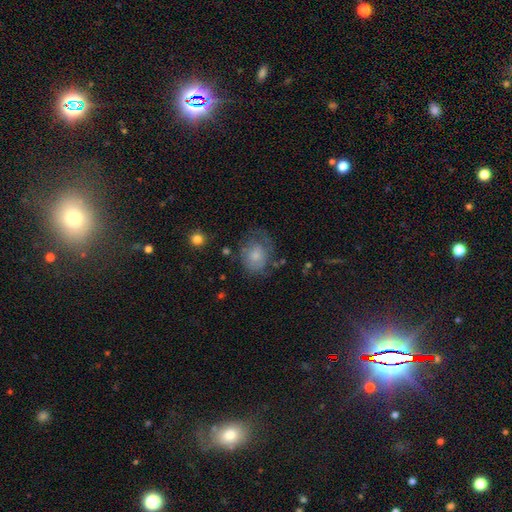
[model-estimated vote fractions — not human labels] Morphology: type=smooth (57%); roundness=round (54%); merging=none (43%).